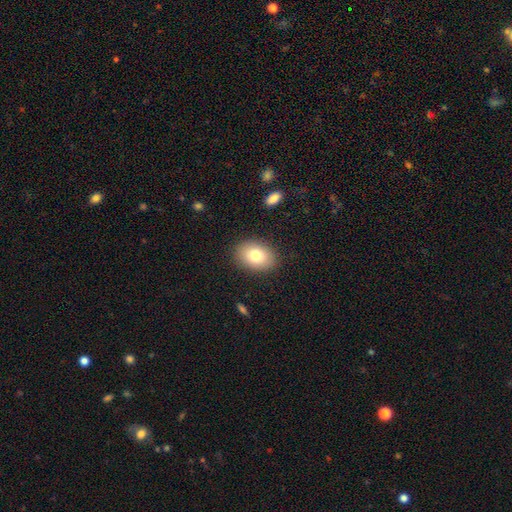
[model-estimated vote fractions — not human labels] Smooth or featured? smooth (79%)
How rounded? in between (78%)
Merging? none (88%)